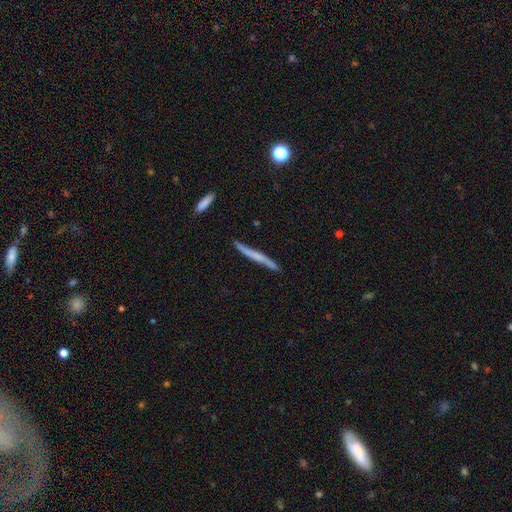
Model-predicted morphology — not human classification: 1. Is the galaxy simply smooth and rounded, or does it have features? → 52% featured or disk, 42% smooth, 6% star or artifact.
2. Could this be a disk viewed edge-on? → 93% yes, 7% no.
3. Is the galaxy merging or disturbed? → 84% none, 12% minor disturbance, 2% major disturbance, 2% merger.